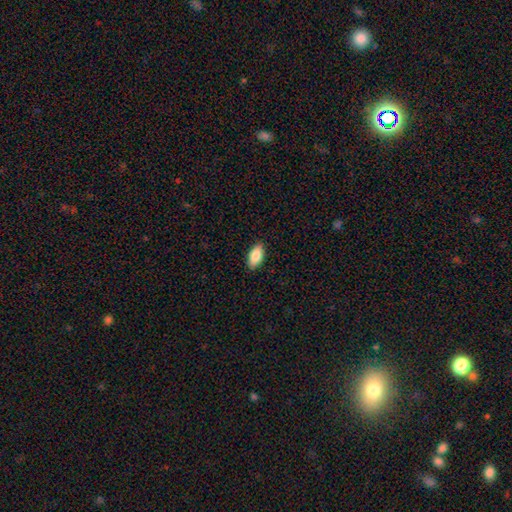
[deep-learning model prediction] smooth-or-featured: smooth: 85% | featured or disk: 9% | star or artifact: 6%
  how-rounded: in between: 90% | cigar-shaped: 7% | round: 3%
  merging: none: 89% | minor disturbance: 8% | major disturbance: 2% | merger: 1%